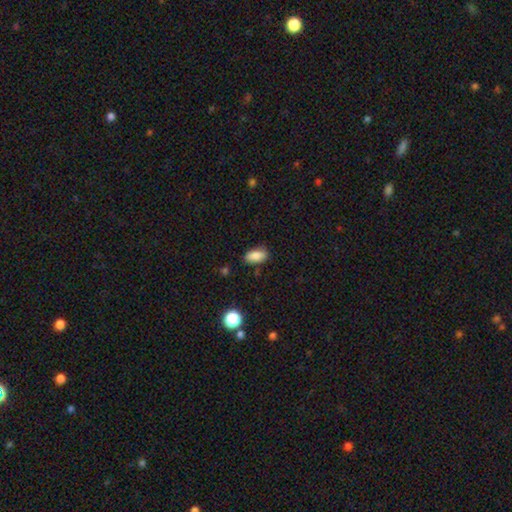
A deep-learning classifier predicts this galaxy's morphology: A smooth galaxy with no disk features (87%) that is in between round and cigar-shaped (90%).

Vote fractions:
- Smooth or featured? smooth: 87% / star or artifact: 8% / featured or disk: 5%
- How rounded? in between: 90% / cigar-shaped: 6% / round: 4%
- Merging? none: 81% / minor disturbance: 14% / major disturbance: 3% / merger: 2%